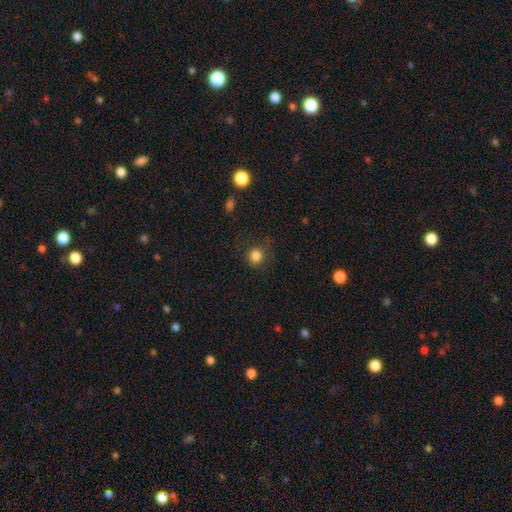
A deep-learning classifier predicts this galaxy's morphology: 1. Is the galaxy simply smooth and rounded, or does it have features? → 84% smooth, 12% star or artifact, 4% featured or disk.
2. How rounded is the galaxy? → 90% round, 9% in between, 1% cigar-shaped.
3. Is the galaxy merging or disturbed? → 84% none, 11% minor disturbance, 4% major disturbance, 1% merger.